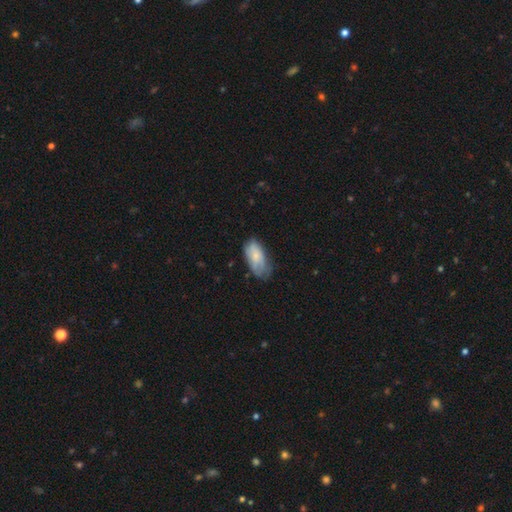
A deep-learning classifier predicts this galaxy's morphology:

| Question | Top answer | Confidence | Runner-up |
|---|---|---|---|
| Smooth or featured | smooth | 69% | featured or disk (25%) |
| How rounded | in between | 92% | cigar-shaped (5%) |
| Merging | none | 50% | minor disturbance (36%) |